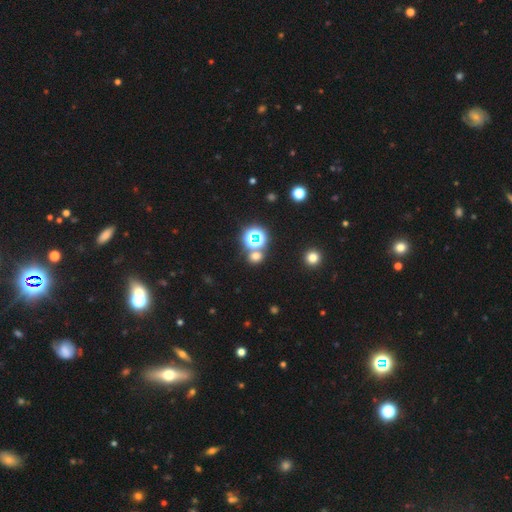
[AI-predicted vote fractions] Smooth or featured? smooth (54%)
How rounded? round (73%)
Merging? none (72%)